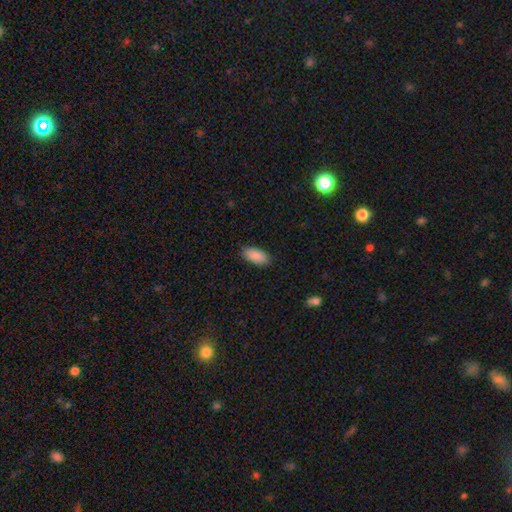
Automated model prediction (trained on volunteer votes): Smooth or featured: smooth — 90% (star or artifact — 6%)
How rounded: in between — 92% (cigar-shaped — 6%)
Merging: none — 88% (minor disturbance — 9%)